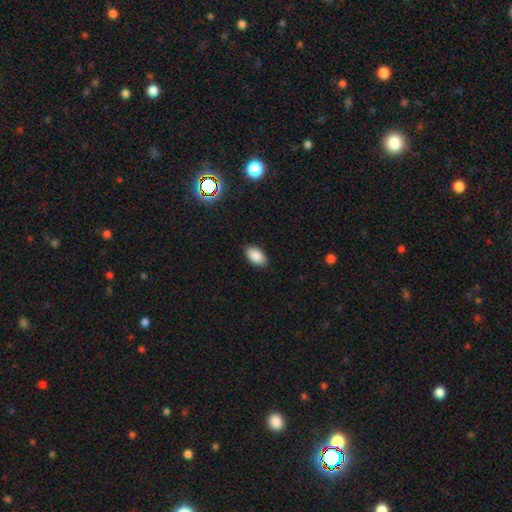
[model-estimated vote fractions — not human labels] Smooth or featured? smooth (87%)
How rounded? in between (94%)
Merging? none (87%)